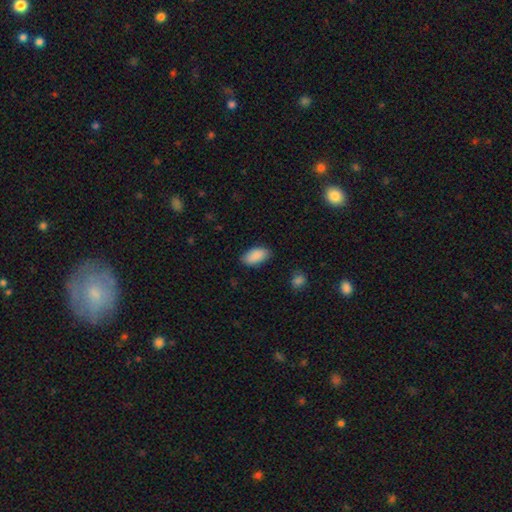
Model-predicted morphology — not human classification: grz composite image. It shows a smooth galaxy with no disk features (90%) that is in between round and cigar-shaped (94%). Merging: none (84%).